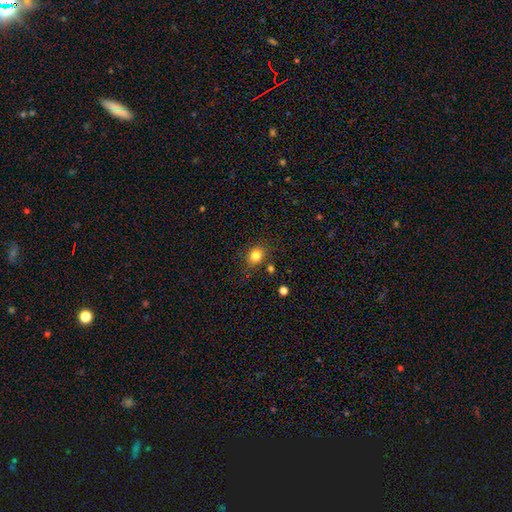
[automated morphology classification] Smooth or featured? Predicted: smooth (p=0.82). How rounded? Predicted: round (p=0.59). Merging? Predicted: none (p=0.79).